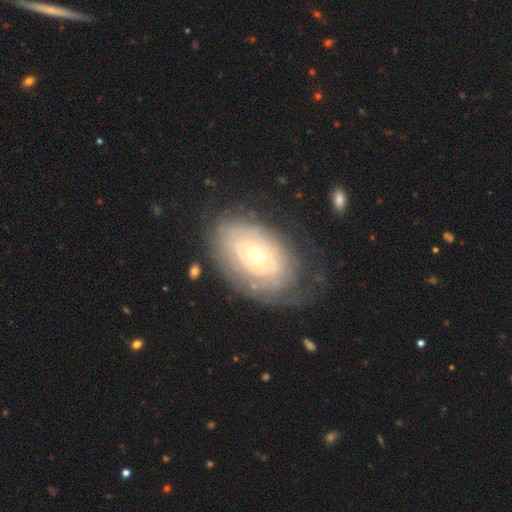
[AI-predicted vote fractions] Overall: featured or disk (73%). Edge-on disk: no (95%). Bar: no (83%). Spiral arms: yes (74%). Spiral arm count: can't tell (65%). Spiral winding: tight (80%). Bulge size: small (68%; moderate 28%). Merging: none (65%).